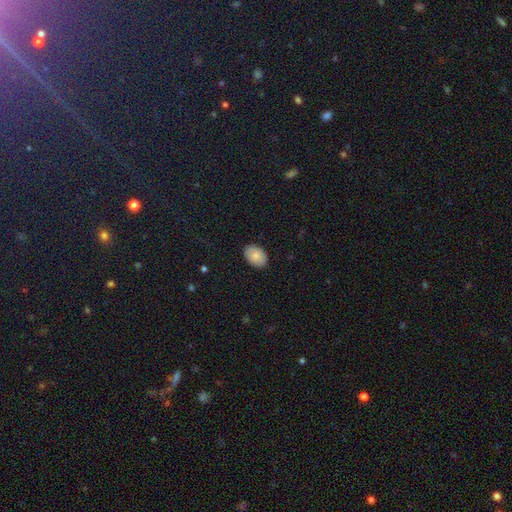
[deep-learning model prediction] Smooth or featured? smooth (85%)
How rounded? in between (85%)
Merging? none (89%)